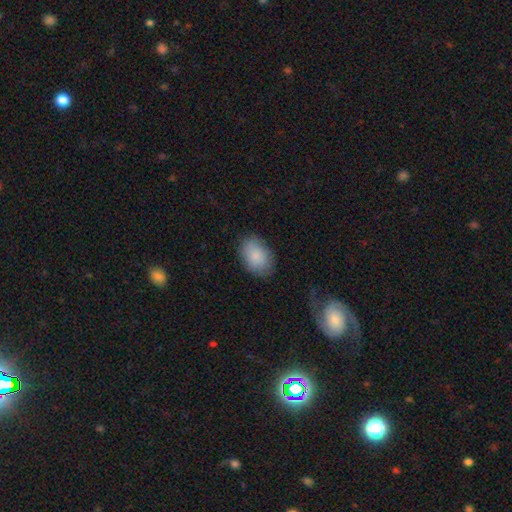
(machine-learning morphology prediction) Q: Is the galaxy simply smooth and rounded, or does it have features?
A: smooth — 86%.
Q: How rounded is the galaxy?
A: in between — 84%.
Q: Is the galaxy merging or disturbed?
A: none — 81%.